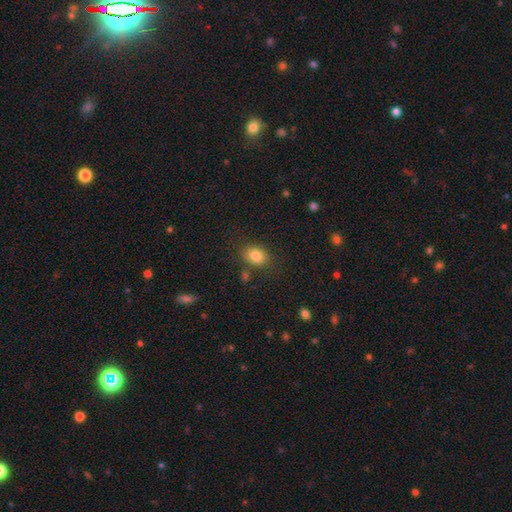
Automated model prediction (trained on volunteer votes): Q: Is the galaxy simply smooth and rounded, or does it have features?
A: smooth — 83%.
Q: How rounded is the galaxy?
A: in between — 63%.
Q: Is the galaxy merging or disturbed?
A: none — 77%.